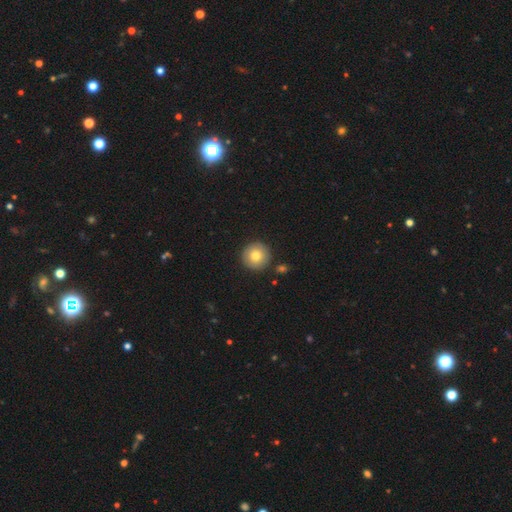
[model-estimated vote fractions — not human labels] Smooth or featured? smooth (79%)
How rounded? round (96%)
Merging? none (88%)